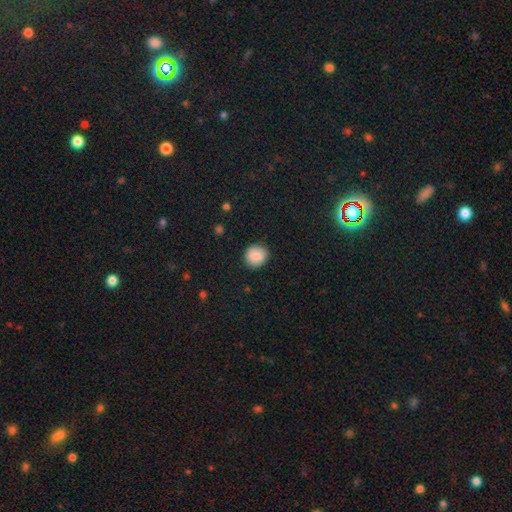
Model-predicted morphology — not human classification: A smooth galaxy with no disk features (87%) that is round (82%).

Vote fractions:
- Smooth or featured? smooth: 87% / star or artifact: 8% / featured or disk: 5%
- How rounded? round: 82% / in between: 17% / cigar-shaped: 1%
- Merging? none: 87% / minor disturbance: 10% / major disturbance: 3% / merger: 1%